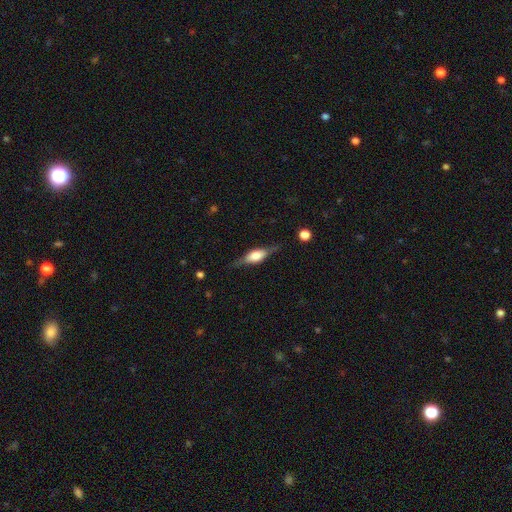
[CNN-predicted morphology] Smooth or featured: featured or disk — 59% (smooth — 34%)
Edge-on disk: yes — 93% (no — 7%)
Edge-on bulge: rounded — 77% (boxy — 21%)
Merging: none — 77% (minor disturbance — 16%)